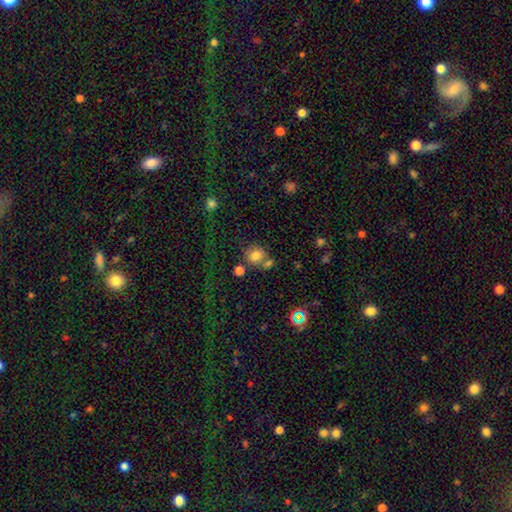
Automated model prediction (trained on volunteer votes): Smooth or featured: smooth — 79% (star or artifact — 13%)
How rounded: round — 72% (in between — 27%)
Merging: none — 58% (merger — 25%)